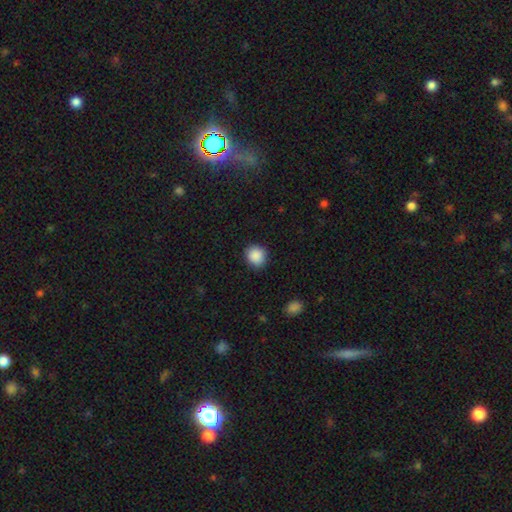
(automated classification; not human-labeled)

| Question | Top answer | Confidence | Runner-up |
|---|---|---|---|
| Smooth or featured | smooth | 89% | star or artifact (8%) |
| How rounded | round | 87% | in between (12%) |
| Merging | none | 89% | minor disturbance (8%) |